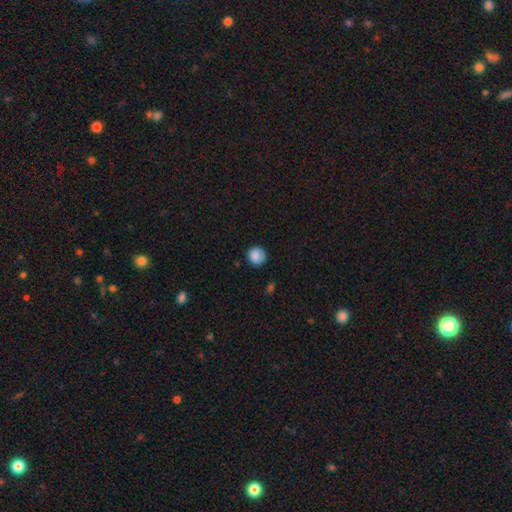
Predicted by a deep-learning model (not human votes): A smooth galaxy with no disk features (86%) that is round (92%).

Vote fractions:
- Smooth or featured? smooth: 86% / star or artifact: 8% / featured or disk: 5%
- How rounded? round: 92% / in between: 7% / cigar-shaped: 1%
- Merging? none: 81% / minor disturbance: 15% / major disturbance: 3% / merger: 1%